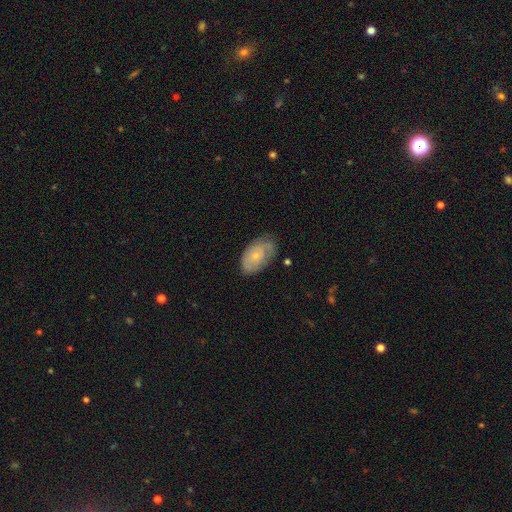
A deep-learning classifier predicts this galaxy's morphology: This is possibly a smooth galaxy (51%). How rounded: clearly in between (91%). Merging: likely none (61%).